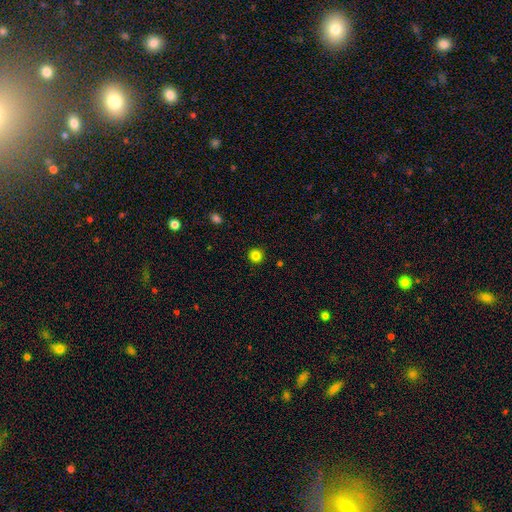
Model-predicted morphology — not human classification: type=smooth (84%); roundness=round (95%); merging=none (92%).